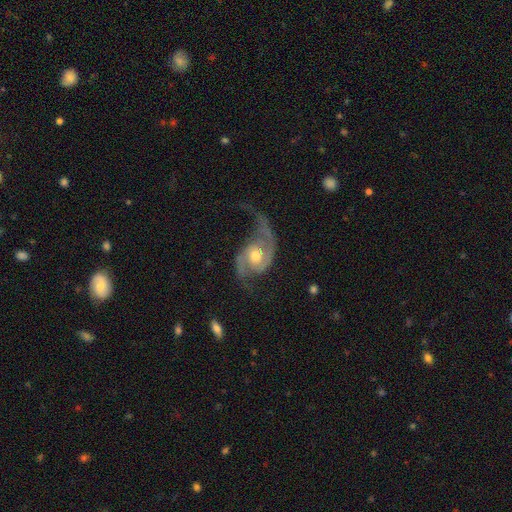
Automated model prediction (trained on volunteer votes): Smooth or featured: featured or disk — 90% (smooth — 6%)
Edge-on disk: no — 97% (yes — 3%)
Bar: no — 65% (weak — 28%)
Spiral arms: yes — 97% (no — 3%)
Spiral winding: loose — 50% (medium — 38%)
Spiral arm count: 2 — 89% (1 — 5%)
Bulge size: moderate — 72% (small — 15%)
Merging: none — 54% (major disturbance — 26%)